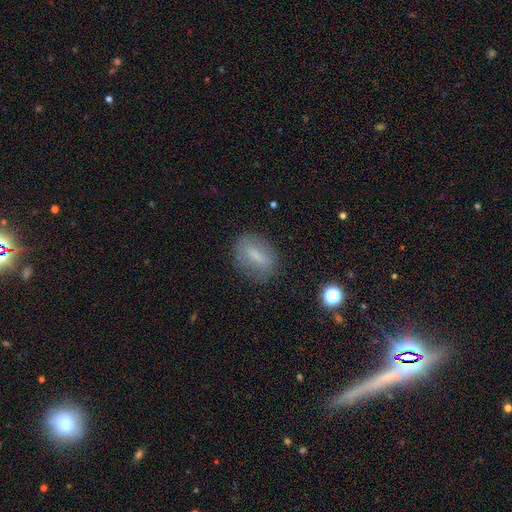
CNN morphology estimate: This appears to be a smooth galaxy with no disk features (63%) that is in between round and cigar-shaped (73%). Merging: none (80%).